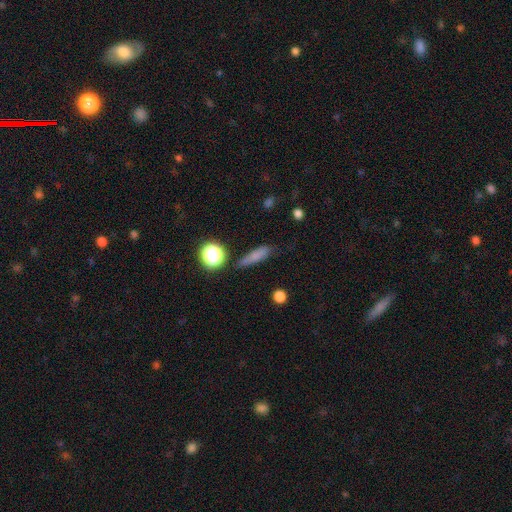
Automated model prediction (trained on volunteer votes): Smooth or featured? Predicted: smooth (p=0.74). How rounded? Predicted: cigar-shaped (p=0.67). Merging? Predicted: none (p=0.75).